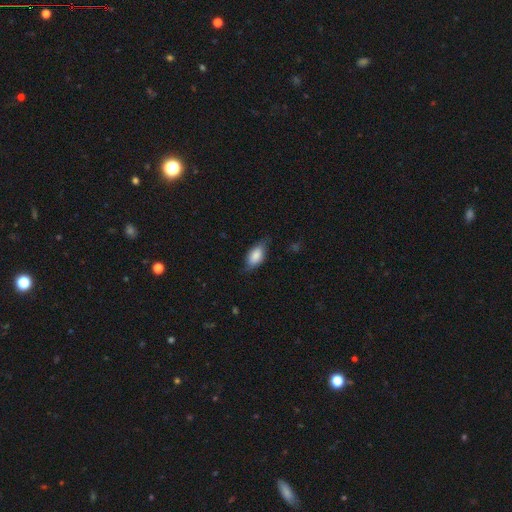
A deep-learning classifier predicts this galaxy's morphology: Smooth or featured? smooth (80%)
How rounded? in between (89%)
Merging? none (69%)